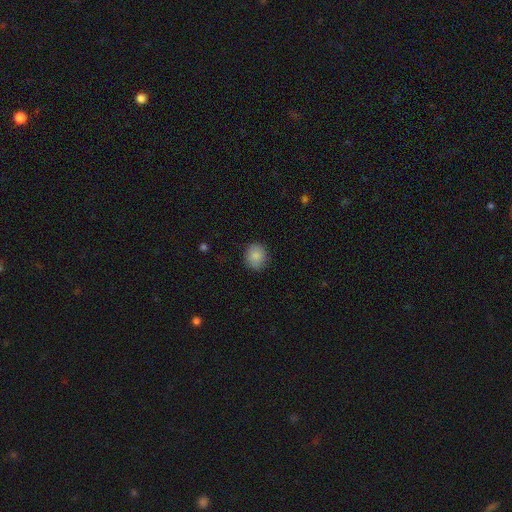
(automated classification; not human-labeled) Q: Smooth or featured?
A: smooth (86%); runner-up: star or artifact (8%)
Q: How rounded?
A: round (79%); runner-up: in between (20%)
Q: Merging?
A: none (86%); runner-up: minor disturbance (11%)